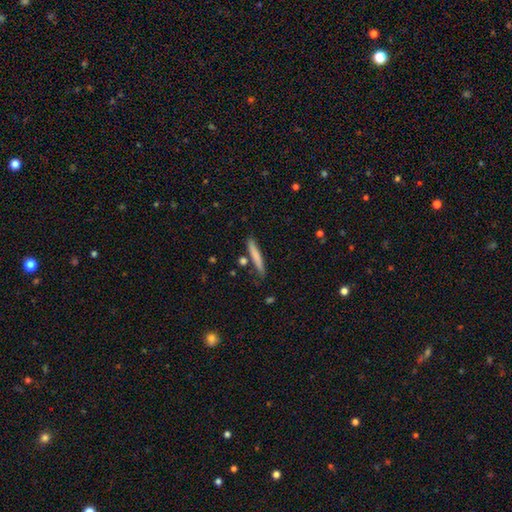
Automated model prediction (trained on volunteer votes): Smooth or featured?
  - smooth: 74% *
  - featured or disk: 20%
  - star or artifact: 6%
How rounded?
  - cigar-shaped: 94% *
  - in between: 5%
  - round: 1%
Merging?
  - none: 81% *
  - minor disturbance: 12%
  - merger: 5%
  - major disturbance: 3%